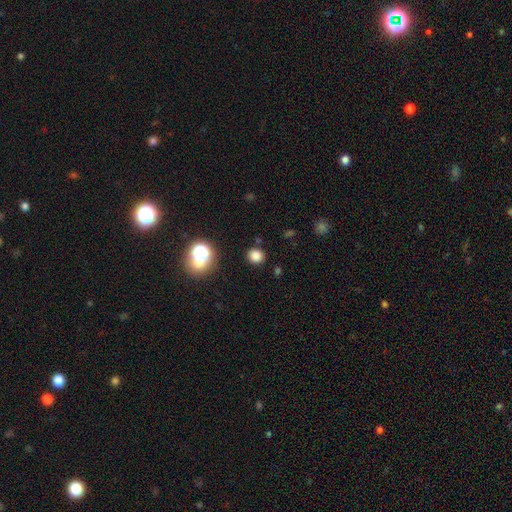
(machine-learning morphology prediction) Smooth or featured?
  - smooth: 80% *
  - star or artifact: 16%
  - featured or disk: 4%
How rounded?
  - round: 86% *
  - in between: 13%
  - cigar-shaped: 1%
Merging?
  - none: 88% *
  - minor disturbance: 7%
  - merger: 3%
  - major disturbance: 3%